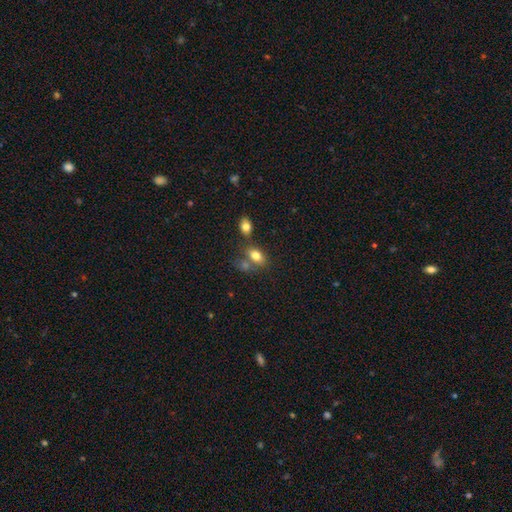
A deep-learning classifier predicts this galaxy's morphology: A smooth galaxy with no disk features (78%) that is in between round and cigar-shaped (84%). Merging: none (50%).